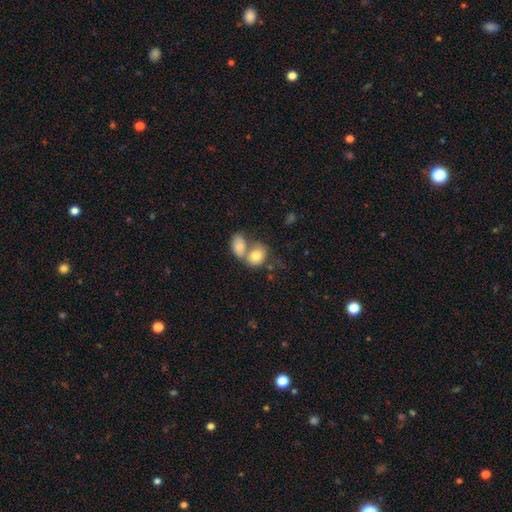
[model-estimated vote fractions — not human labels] A smooth galaxy with no disk features (79%) that is in between round and cigar-shaped (63%). Merging: merger (59%).